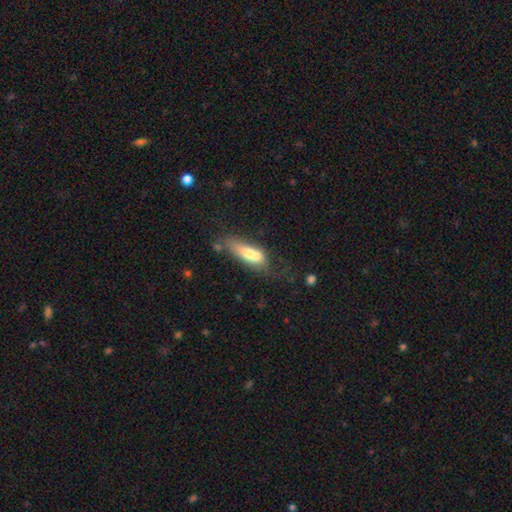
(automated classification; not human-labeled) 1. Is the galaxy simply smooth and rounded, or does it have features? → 63% smooth, 28% featured or disk, 8% star or artifact.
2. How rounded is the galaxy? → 60% in between, 36% cigar-shaped, 4% round.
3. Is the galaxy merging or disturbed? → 33% merger, 31% none, 20% minor disturbance, 16% major disturbance.